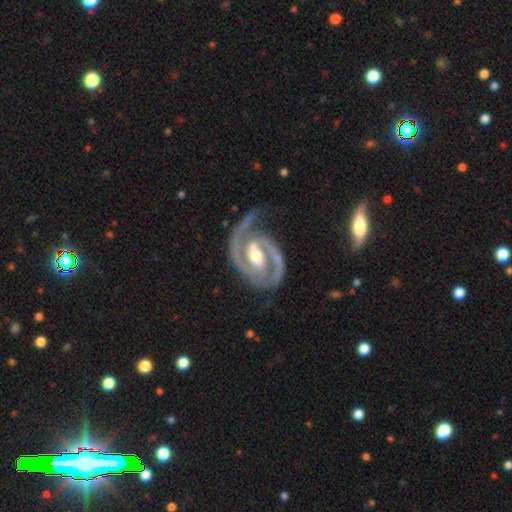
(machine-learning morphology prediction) This appears to be a featured or disk galaxy (94%) with a strong bar (43%), 2 (88%) tight (49%) spiral arms (98%) and a moderate central bulge (70%). Merging: none (65%).